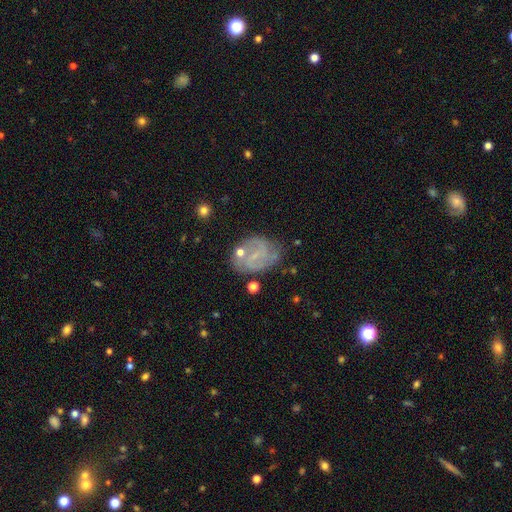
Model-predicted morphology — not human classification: This is likely a featured or disk galaxy (71%). It is clearly not viewed edge-on (98%). Bar: possibly weak (48%). Spiral arm pattern: clearly yes (84%). Spiral arm count: possibly 2 (57%). Spiral winding: marginally medium (43%). Central bulge: likely small (62%). Merging: likely none (62%).